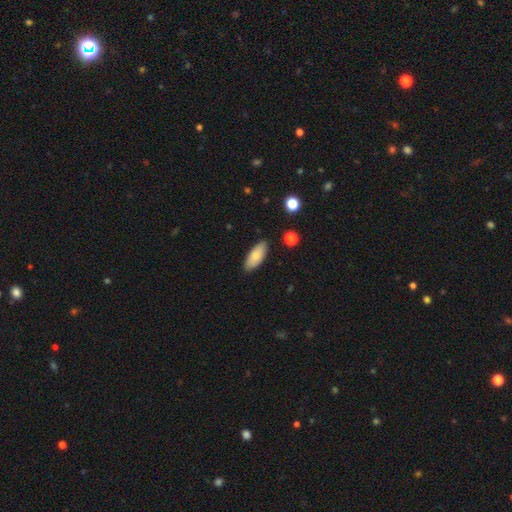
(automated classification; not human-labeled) Smooth or featured? smooth (79%)
How rounded? in between (81%)
Merging? none (86%)